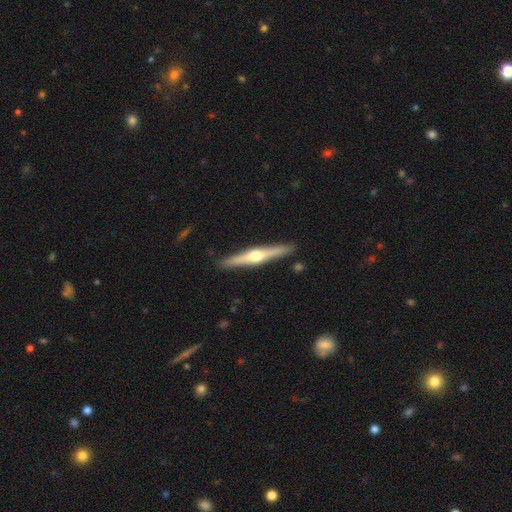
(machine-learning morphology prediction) smooth_or_featured: featured or disk (p=0.70) [alt: smooth p=0.25]
disk_edge_on: yes (p=0.98) [alt: no p=0.02]
edge_on_bulge: rounded (p=0.94) [alt: boxy p=0.03]
merging: none (p=0.90) [alt: minor disturbance p=0.07]